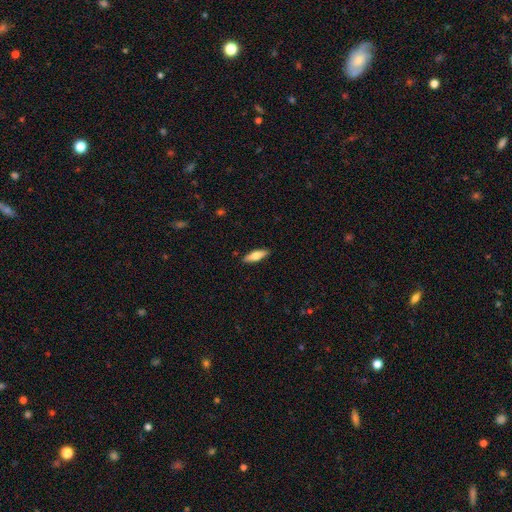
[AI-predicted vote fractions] Smooth or featured: smooth — 64% (featured or disk — 30%)
How rounded: cigar-shaped — 52% (in between — 46%)
Merging: none — 89% (minor disturbance — 8%)